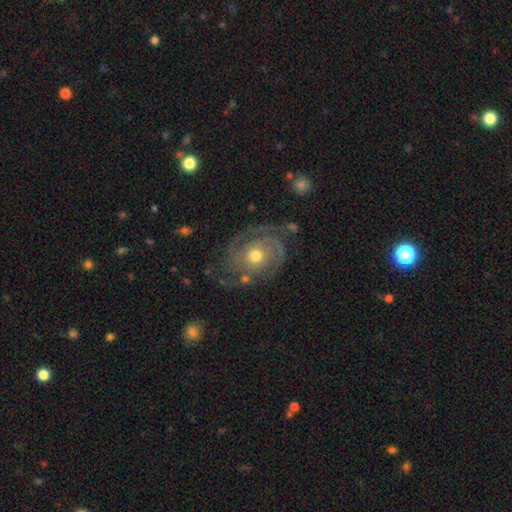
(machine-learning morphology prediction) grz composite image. It shows a featured or disk galaxy (82%) with no bar (81%), 2 (52%) tight (58%) spiral arms (92%) and a moderate central bulge (75%). Merging: none (69%).